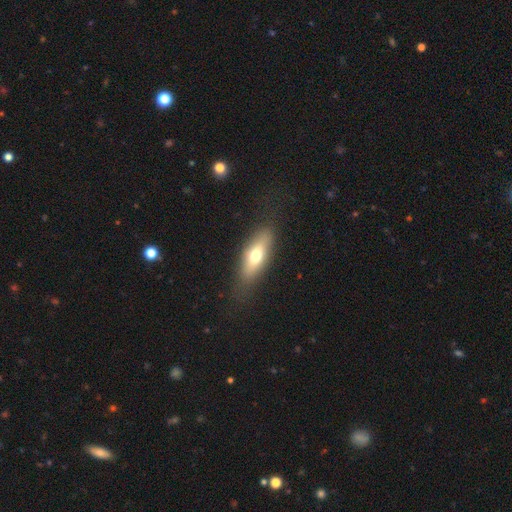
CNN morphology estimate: Smooth or featured: smooth — 65% (featured or disk — 28%)
How rounded: in between — 67% (cigar-shaped — 29%)
Merging: none — 79% (minor disturbance — 15%)